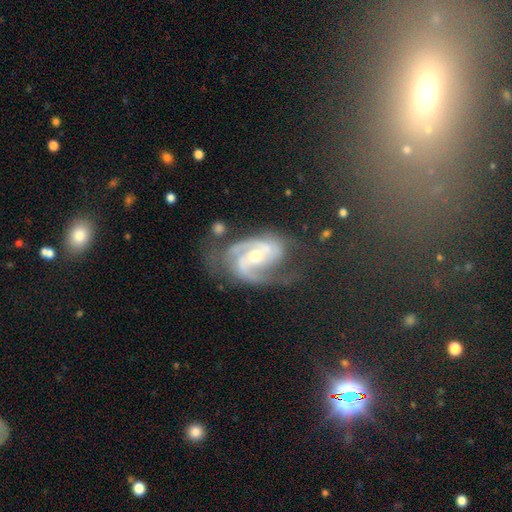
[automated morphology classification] This is clearly a featured or disk galaxy (89%). It is clearly not viewed edge-on (97%). Bar: marginally no (43%). Spiral arm pattern: clearly yes (97%). Spiral arm count: likely 2 (70%). Spiral winding: possibly medium (52%). Central bulge: possibly moderate (59%). Merging: possibly none (54%).